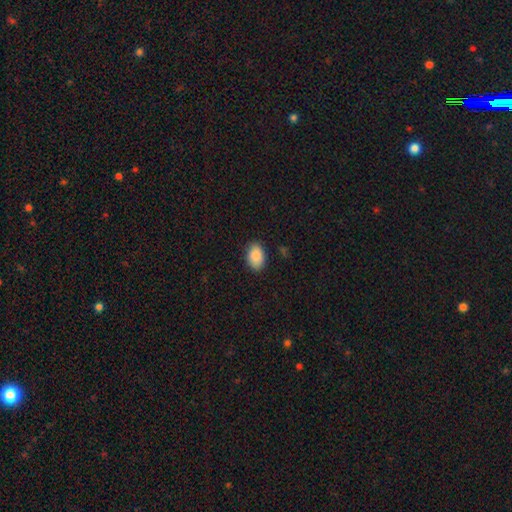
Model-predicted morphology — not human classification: smooth_or_featured: smooth (p=0.88) [alt: star or artifact p=0.07]
how_rounded: in between (p=0.87) [alt: round p=0.12]
merging: none (p=0.84) [alt: minor disturbance p=0.12]